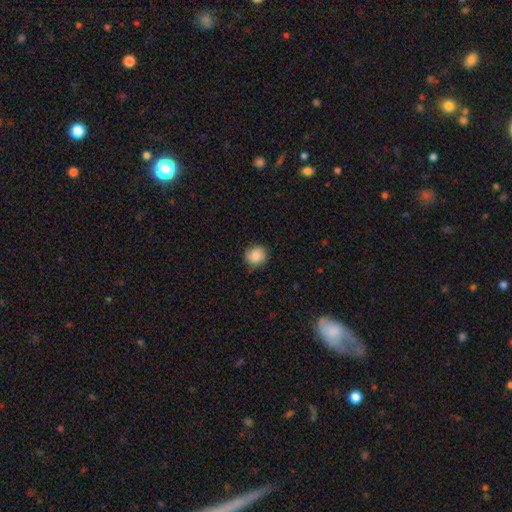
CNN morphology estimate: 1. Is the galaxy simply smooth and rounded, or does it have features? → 83% smooth, 9% featured or disk, 8% star or artifact.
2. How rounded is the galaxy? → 84% round, 15% in between, 1% cigar-shaped.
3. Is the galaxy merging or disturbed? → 82% none, 14% minor disturbance, 3% major disturbance, 1% merger.